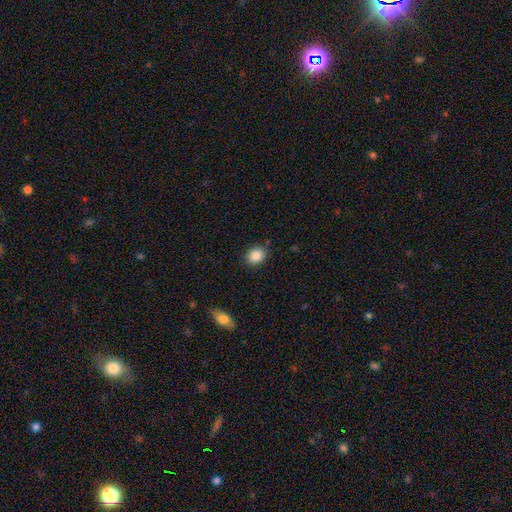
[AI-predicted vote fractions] Q: Smooth or featured?
A: smooth (86%); runner-up: star or artifact (9%)
Q: How rounded?
A: round (54%); runner-up: in between (45%)
Q: Merging?
A: none (87%); runner-up: minor disturbance (9%)